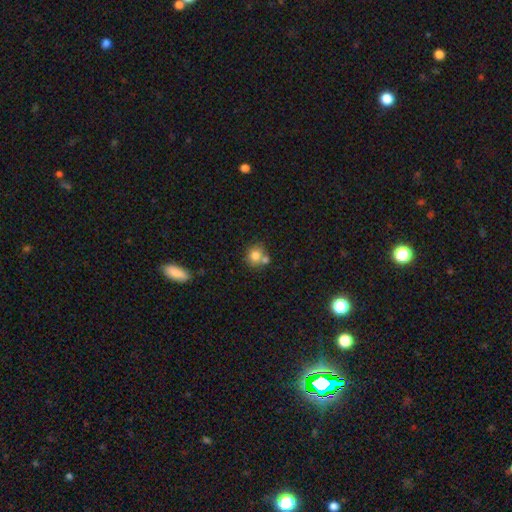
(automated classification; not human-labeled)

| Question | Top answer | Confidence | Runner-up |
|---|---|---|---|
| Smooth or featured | smooth | 79% | featured or disk (11%) |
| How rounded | round | 80% | in between (19%) |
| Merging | none | 54% | merger (31%) |